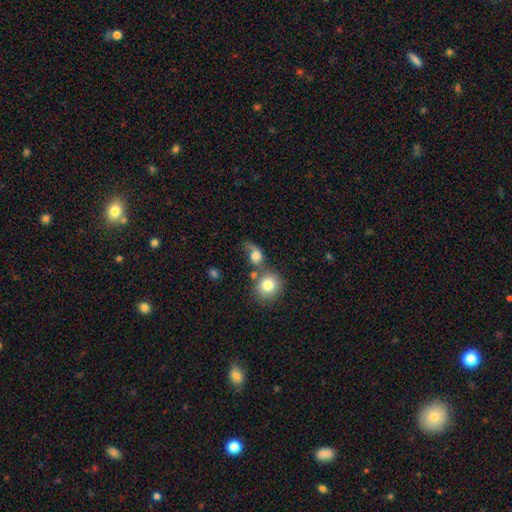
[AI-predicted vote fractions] A smooth galaxy with no disk features (70%) that is round (53%).

Vote fractions:
- Smooth or featured? smooth: 70% / featured or disk: 19% / star or artifact: 11%
- How rounded? round: 53% / in between: 44% / cigar-shaped: 3%
- Merging? none: 29% / merger: 28% / major disturbance: 23% / minor disturbance: 19%